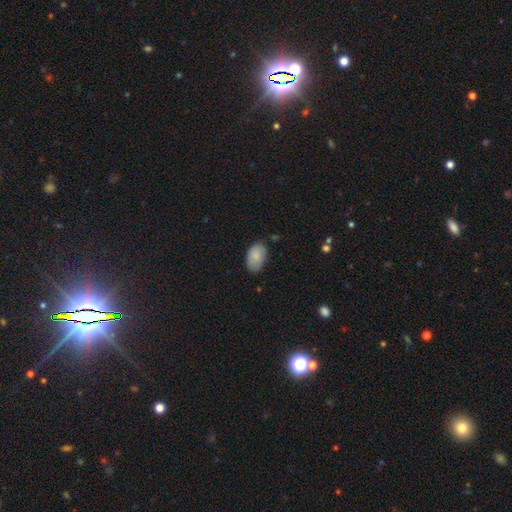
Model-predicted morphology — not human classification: smooth 86%, featured or disk 8%, star or artifact 6%. Down the decision tree: how rounded — in between (92%); merging — none (72%).